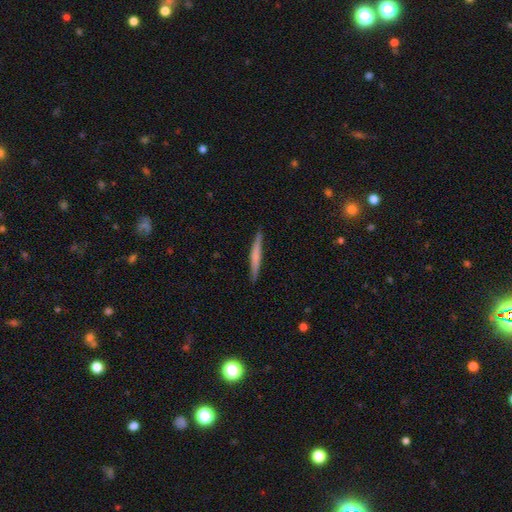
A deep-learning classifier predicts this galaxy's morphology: This is possibly a smooth galaxy (55%). How rounded: clearly cigar-shaped (96%). Merging: clearly none (89%).